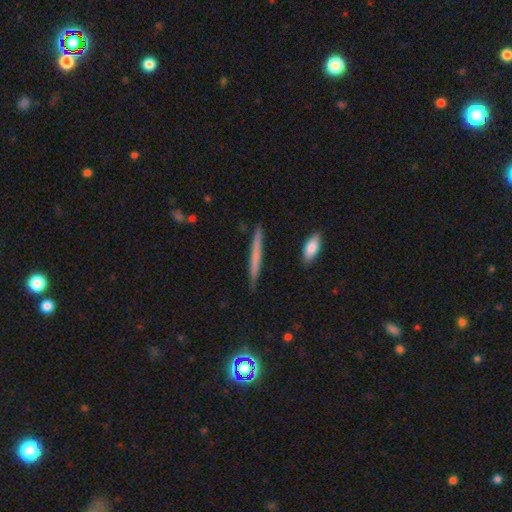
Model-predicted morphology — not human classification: A smooth galaxy with no disk features (57%) that is cigar-shaped (96%).

Vote fractions:
- Smooth or featured? smooth: 57% / featured or disk: 35% / star or artifact: 7%
- How rounded? cigar-shaped: 96% / in between: 2% / round: 2%
- Merging? none: 89% / minor disturbance: 8% / major disturbance: 2% / merger: 1%